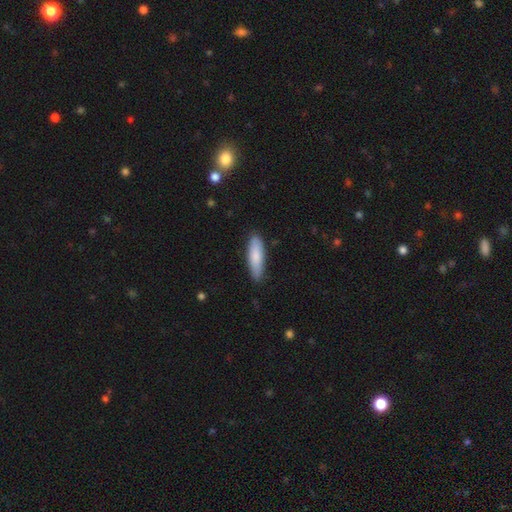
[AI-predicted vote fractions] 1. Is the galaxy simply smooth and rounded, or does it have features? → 82% smooth, 13% featured or disk, 5% star or artifact.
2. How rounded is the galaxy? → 59% cigar-shaped, 40% in between, 2% round.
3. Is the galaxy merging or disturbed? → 85% none, 12% minor disturbance, 2% major disturbance, 1% merger.